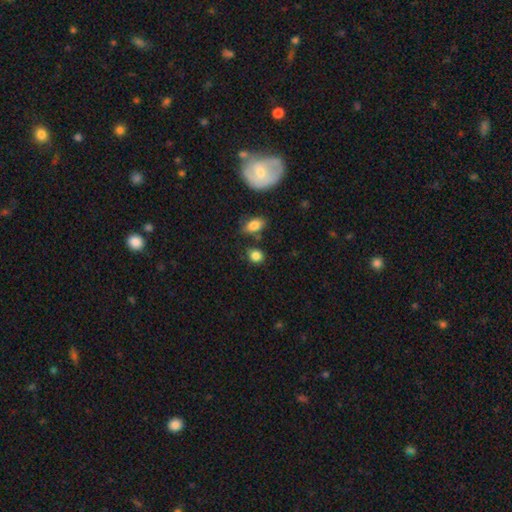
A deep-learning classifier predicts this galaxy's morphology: Overall: smooth (85%). How rounded: round (64%; in between 34%). Merging: none (73%).